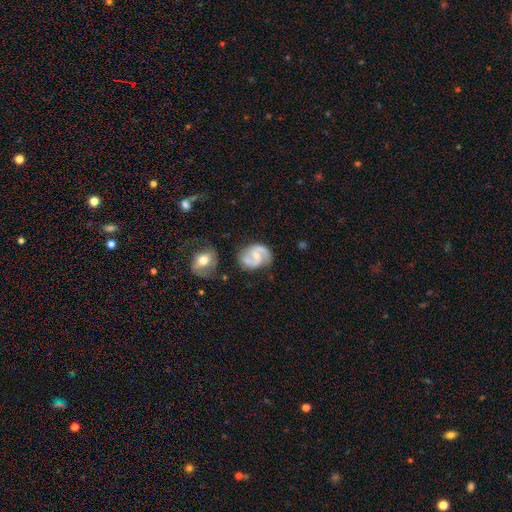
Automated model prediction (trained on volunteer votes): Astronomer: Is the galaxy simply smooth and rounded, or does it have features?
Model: featured or disk — 84%.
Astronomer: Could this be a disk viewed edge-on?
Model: no — 98%.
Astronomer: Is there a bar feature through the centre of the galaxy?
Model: no — 47% (runner-up: weak, 42%).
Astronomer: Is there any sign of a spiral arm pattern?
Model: yes — 96%.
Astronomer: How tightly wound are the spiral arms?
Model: medium — 56%.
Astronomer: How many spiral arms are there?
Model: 2 — 90%.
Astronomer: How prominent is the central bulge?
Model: small — 52% (runner-up: moderate, 39%).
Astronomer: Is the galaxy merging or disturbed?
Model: none — 70%.